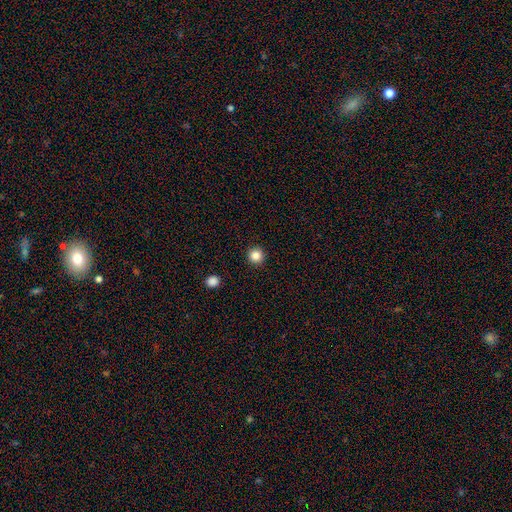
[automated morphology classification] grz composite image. It shows a smooth galaxy with no disk features (85%) that is round (95%). Merging: none (93%).